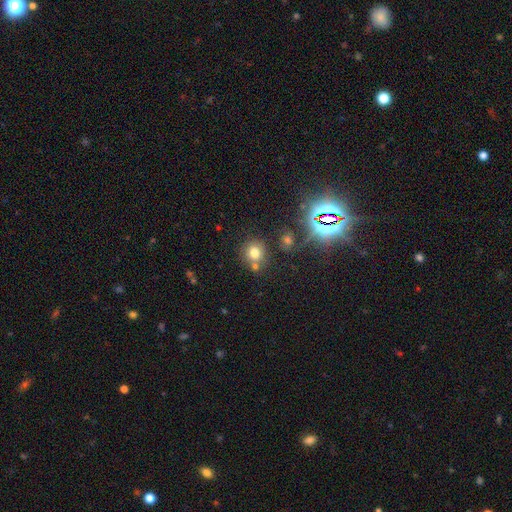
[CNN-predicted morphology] Q: Smooth or featured?
A: smooth (64%); runner-up: star or artifact (25%)
Q: How rounded?
A: round (84%); runner-up: in between (15%)
Q: Merging?
A: none (66%); runner-up: merger (20%)